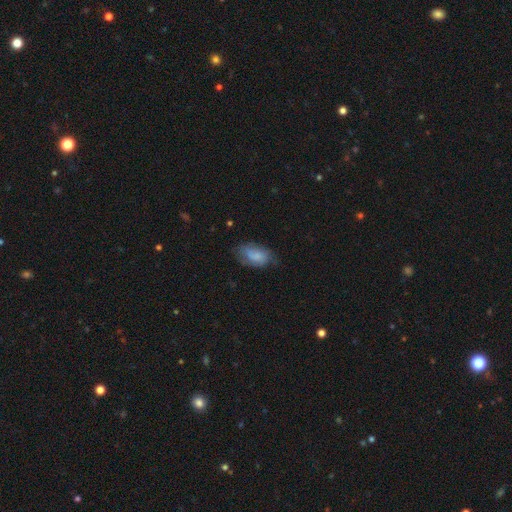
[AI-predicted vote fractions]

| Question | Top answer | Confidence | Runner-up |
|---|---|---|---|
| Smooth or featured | smooth | 68% | featured or disk (25%) |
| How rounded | in between | 92% | round (5%) |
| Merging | none | 59% | minor disturbance (28%) |